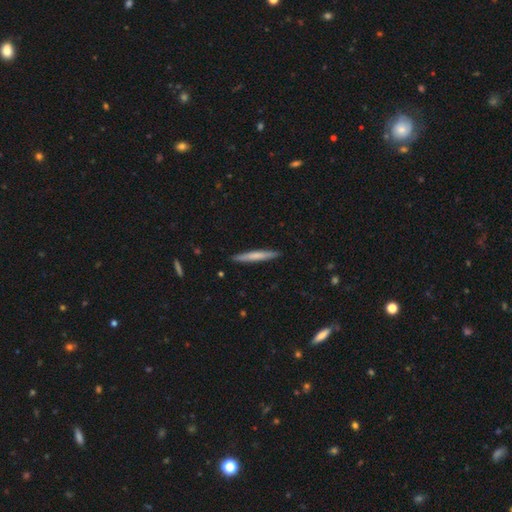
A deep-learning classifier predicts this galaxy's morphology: smooth 63%, featured or disk 32%, star or artifact 5%. Down the decision tree: how rounded — cigar-shaped (96%); merging — none (91%).